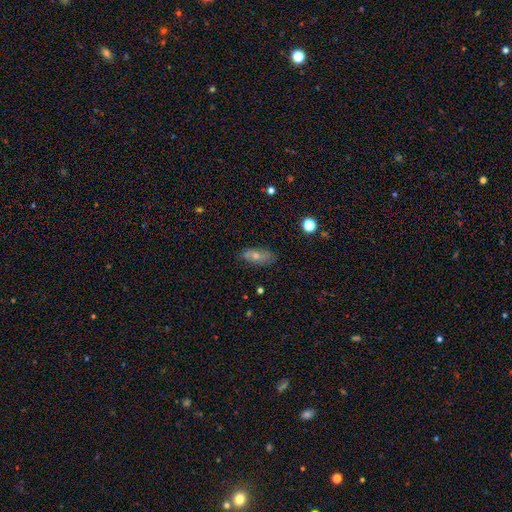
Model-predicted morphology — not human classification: Smooth or featured? Predicted: smooth (p=0.46). Merging? Predicted: none (p=0.79).